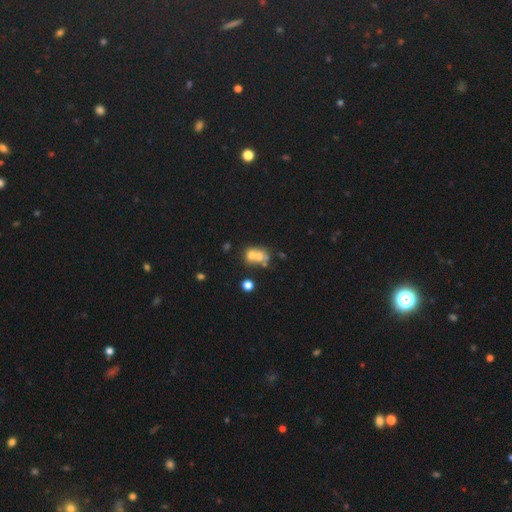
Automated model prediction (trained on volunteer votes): Smooth or featured? smooth (57%)
How rounded? round (56%)
Merging? merger (56%)